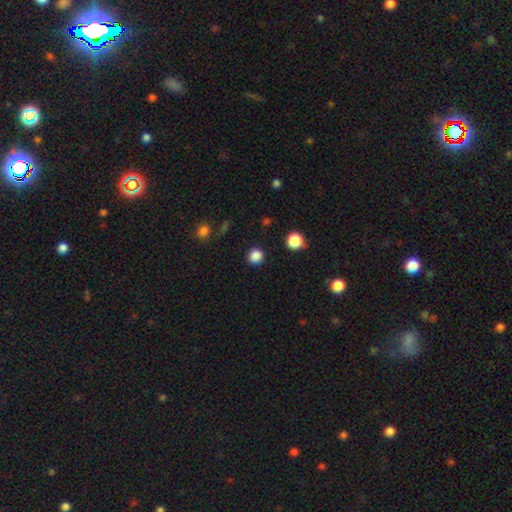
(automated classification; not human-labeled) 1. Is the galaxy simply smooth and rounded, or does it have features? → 85% smooth, 12% star or artifact, 3% featured or disk.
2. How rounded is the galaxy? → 93% round, 6% in between, 1% cigar-shaped.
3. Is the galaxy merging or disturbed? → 91% none, 6% minor disturbance, 2% major disturbance, 1% merger.